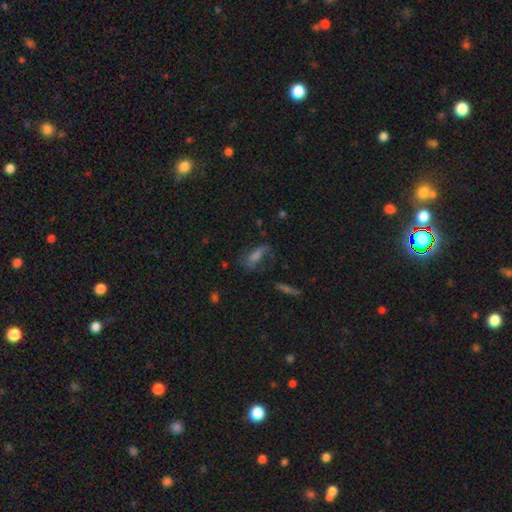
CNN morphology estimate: A smooth galaxy with no disk features (45%).

Vote fractions:
- Smooth or featured? smooth: 45% / featured or disk: 33% / star or artifact: 21%
- Merging? none: 52% / minor disturbance: 23% / major disturbance: 21% / merger: 4%